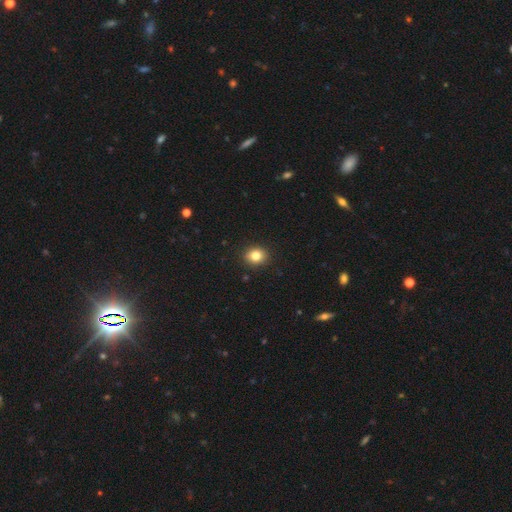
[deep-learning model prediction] Overall: smooth (83%). How rounded: round (69%; in between 30%). Merging: none (91%).